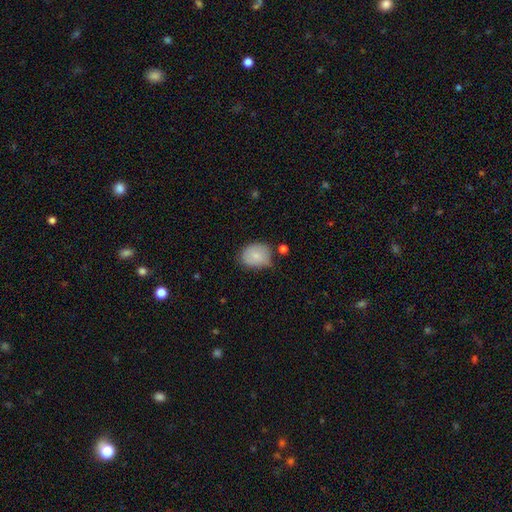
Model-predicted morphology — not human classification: smooth_or_featured: smooth (p=0.82) [alt: featured or disk p=0.11]
how_rounded: round (p=0.51) [alt: in between p=0.48]
merging: none (p=0.55) [alt: minor disturbance p=0.33]